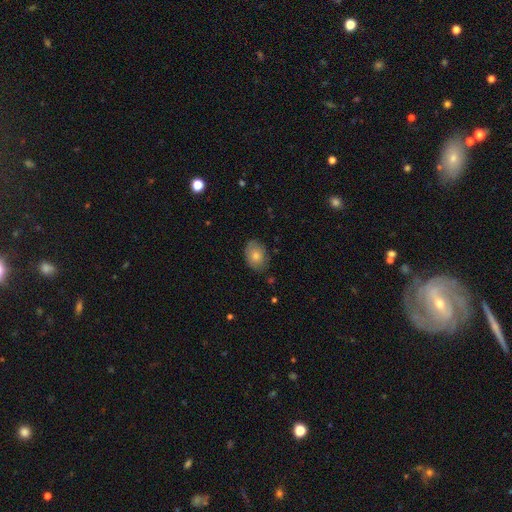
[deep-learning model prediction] smooth-or-featured: smooth: 77% | featured or disk: 16% | star or artifact: 7%
  how-rounded: in between: 78% | round: 21% | cigar-shaped: 1%
  merging: none: 78% | minor disturbance: 18% | major disturbance: 3% | merger: 1%